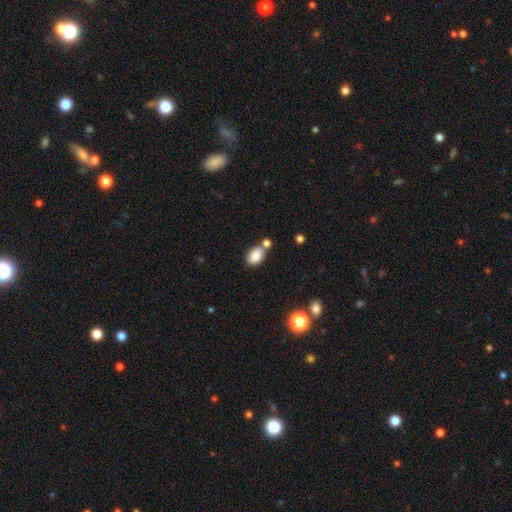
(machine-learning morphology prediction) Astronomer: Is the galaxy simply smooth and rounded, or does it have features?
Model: smooth — 84%.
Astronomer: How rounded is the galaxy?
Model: in between — 85%.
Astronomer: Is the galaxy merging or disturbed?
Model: none — 55%.